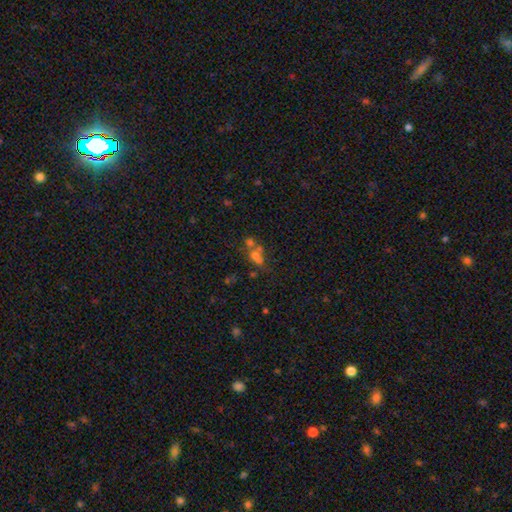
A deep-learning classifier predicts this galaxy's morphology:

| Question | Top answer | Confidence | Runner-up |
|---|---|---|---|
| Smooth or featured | smooth | 51% | featured or disk (25%) |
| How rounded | round | 73% | in between (25%) |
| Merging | merger | 50% | none (35%) |